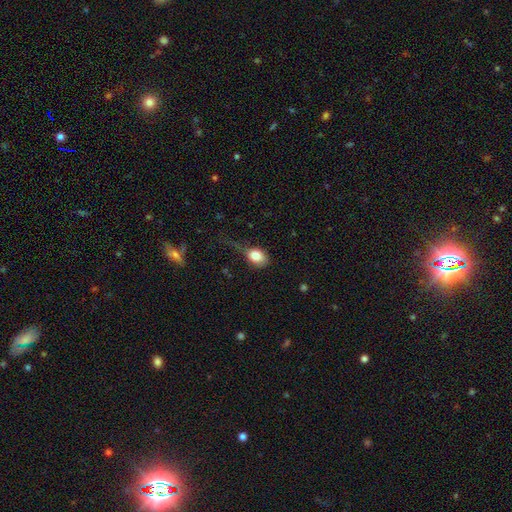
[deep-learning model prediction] Smooth or featured?
  - smooth: 81% *
  - featured or disk: 10%
  - star or artifact: 8%
How rounded?
  - in between: 72% *
  - round: 26%
  - cigar-shaped: 2%
Merging?
  - none: 38% *
  - minor disturbance: 31%
  - major disturbance: 27%
  - merger: 3%